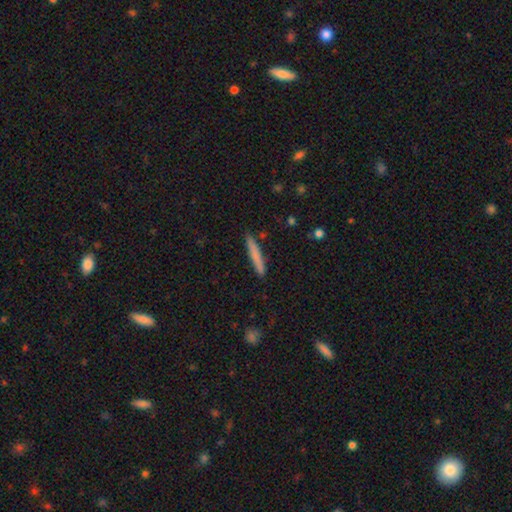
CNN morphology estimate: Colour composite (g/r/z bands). It shows a smooth galaxy with no disk features (74%) that is cigar-shaped (95%). Merging: none (89%).